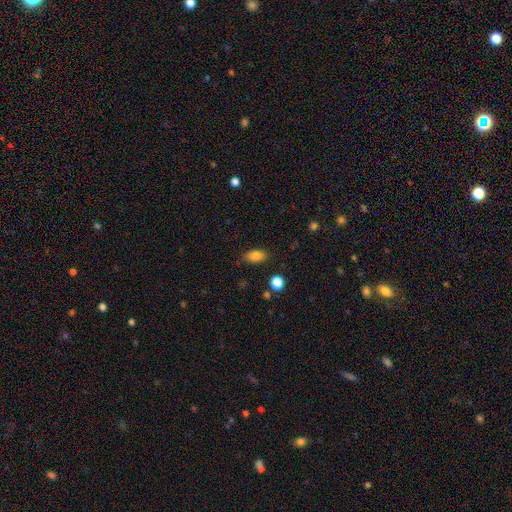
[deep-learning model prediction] Smooth or featured?
  - smooth: 84% *
  - star or artifact: 10%
  - featured or disk: 6%
How rounded?
  - in between: 88% *
  - round: 7%
  - cigar-shaped: 5%
Merging?
  - none: 85% *
  - minor disturbance: 10%
  - major disturbance: 3%
  - merger: 2%